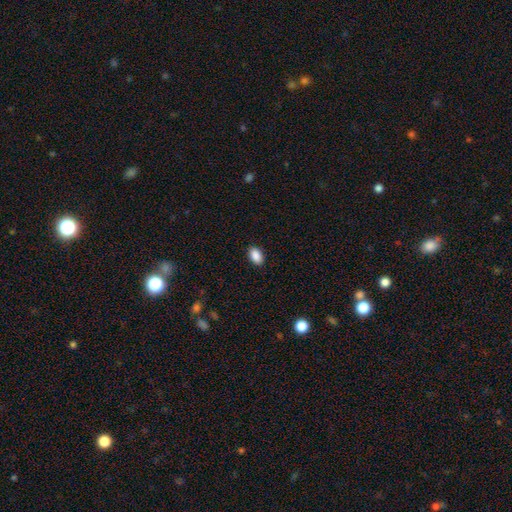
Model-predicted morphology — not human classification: A smooth galaxy with no disk features (90%) that is in between round and cigar-shaped (89%).

Vote fractions:
- Smooth or featured? smooth: 90% / star or artifact: 8% / featured or disk: 3%
- How rounded? in between: 89% / round: 10% / cigar-shaped: 1%
- Merging? none: 90% / minor disturbance: 7% / major disturbance: 2% / merger: 1%